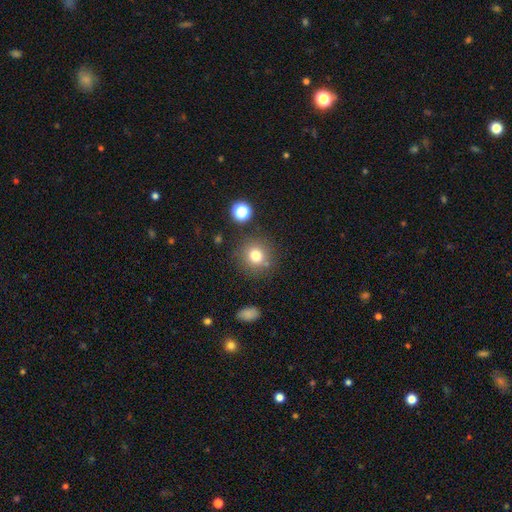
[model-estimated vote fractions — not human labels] smooth_or_featured: smooth (p=0.78) [alt: star or artifact p=0.13]
how_rounded: round (p=0.90) [alt: in between p=0.09]
merging: none (p=0.81) [alt: minor disturbance p=0.10]